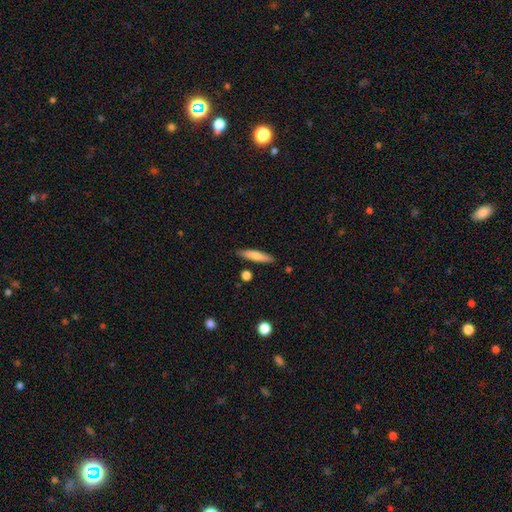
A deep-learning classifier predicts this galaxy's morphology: smooth 72%, featured or disk 22%, star or artifact 6%. Down the decision tree: how rounded — cigar-shaped (84%); merging — none (86%).